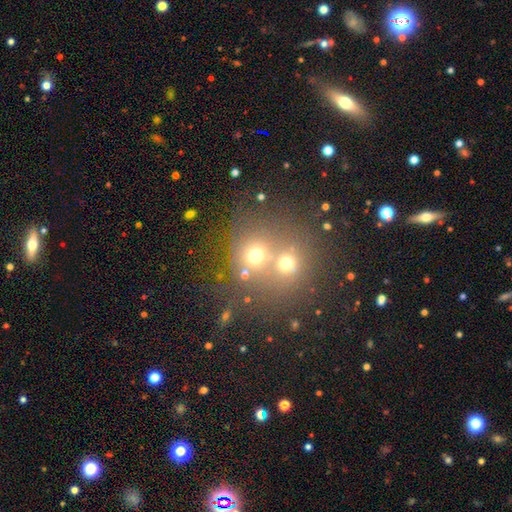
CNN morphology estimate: smooth 62%, star or artifact 21%, featured or disk 17%. Down the decision tree: how rounded — round (77%); merging — merger (53%).